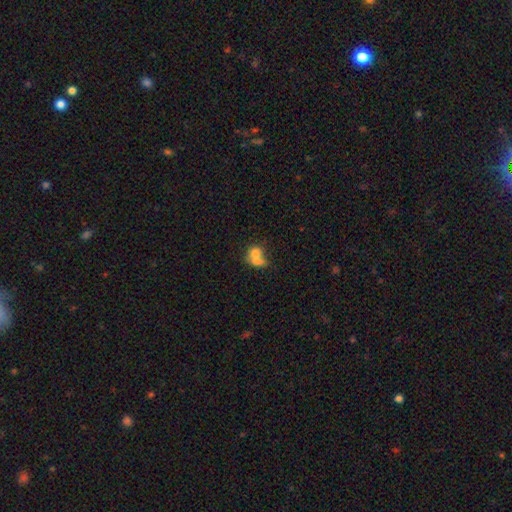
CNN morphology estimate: Smooth or featured?
  - smooth: 71% *
  - featured or disk: 19%
  - star or artifact: 10%
How rounded?
  - round: 57% *
  - in between: 41%
  - cigar-shaped: 1%
Merging?
  - merger: 67% *
  - none: 21%
  - minor disturbance: 7%
  - major disturbance: 5%